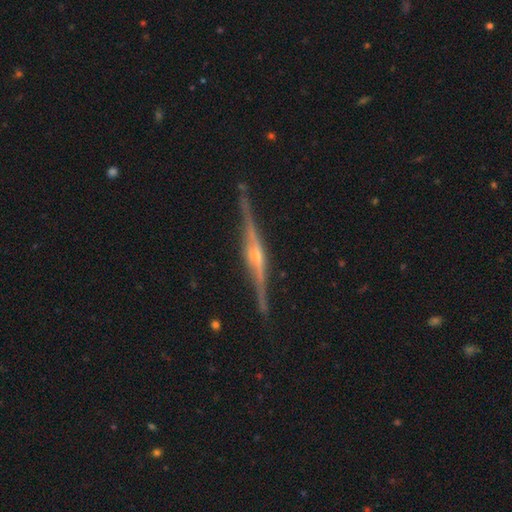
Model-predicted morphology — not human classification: Smooth or featured? featured or disk (89%)
Edge-on disk? yes (98%)
Edge-on bulge? rounded (84%)
Merging? none (89%)